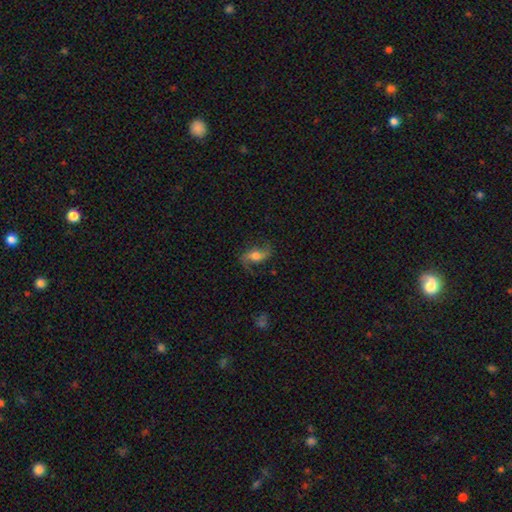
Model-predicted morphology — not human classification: The model was most divided on "bar": no: 49%, weak: 34%, strong: 17%. More confident: edge-on disk — no (93%); spiral arms — yes (93%); spiral arm count — 2 (90%); smooth or featured — featured or disk (72%); spiral winding — loose (72%); merging — none (71%); bulge size — moderate (56%).